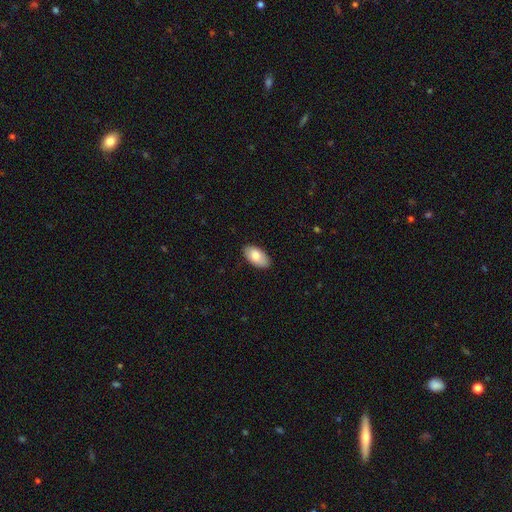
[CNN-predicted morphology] The model was most divided on "smooth or featured": smooth: 83%, featured or disk: 11%, star or artifact: 6%. More confident: how rounded — in between (95%); merging — none (87%).